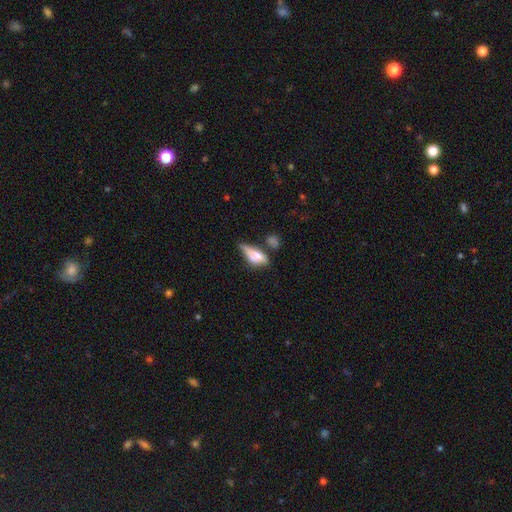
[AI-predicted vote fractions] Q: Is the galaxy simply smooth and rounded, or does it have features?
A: smooth — 60%.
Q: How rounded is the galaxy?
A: in between — 70%.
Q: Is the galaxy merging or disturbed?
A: none — 30%.